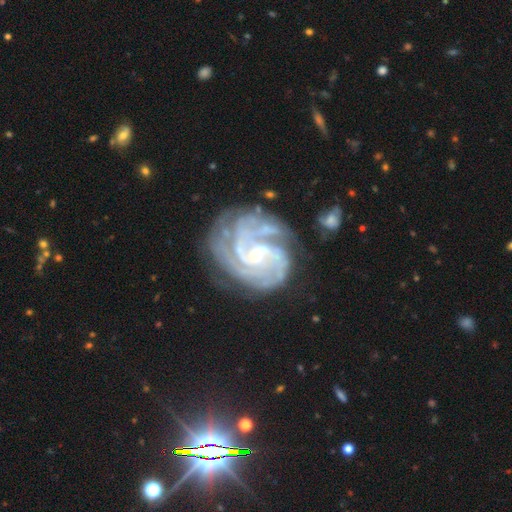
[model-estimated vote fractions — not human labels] A featured or disk galaxy (89%) with no bar (58%), 3 (30%) tight (61%) spiral arms (97%) and a small central bulge (77%).

Vote fractions:
- Smooth or featured? featured or disk: 89% / star or artifact: 6% / smooth: 5%
- Edge-on disk? no: 98% / yes: 2%
- Bar? no: 58% / weak: 32% / strong: 10%
- Spiral arms? yes: 97% / no: 3%
- Spiral winding? tight: 61% / medium: 33% / loose: 6%
- Spiral arm count? 3: 30% / 4: 20% / can't tell: 19% / 2: 17% / more than 4: 8% / 1: 7%
- Bulge size? small: 77% / moderate: 16% / none: 4% / large: 1% / dominant: 1%
- Merging? none: 57% / minor disturbance: 20% / major disturbance: 15% / merger: 7%